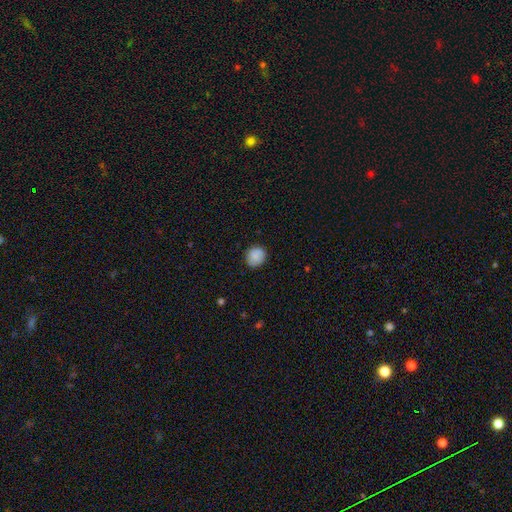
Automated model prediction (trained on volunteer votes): Smooth or featured? smooth (85%)
How rounded? round (80%)
Merging? none (84%)